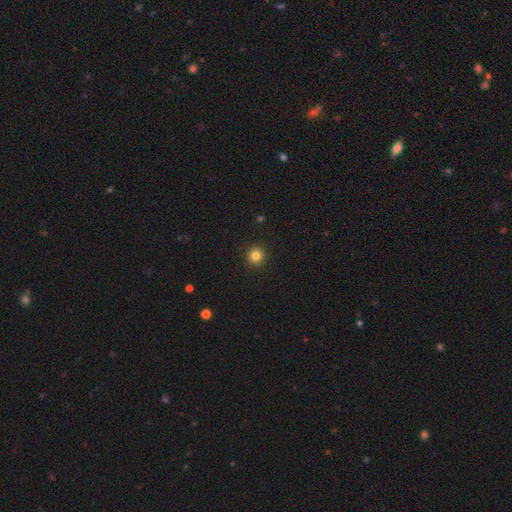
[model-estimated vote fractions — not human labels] Smooth or featured? Predicted: smooth (p=0.83). How rounded? Predicted: round (p=0.96). Merging? Predicted: none (p=0.93).